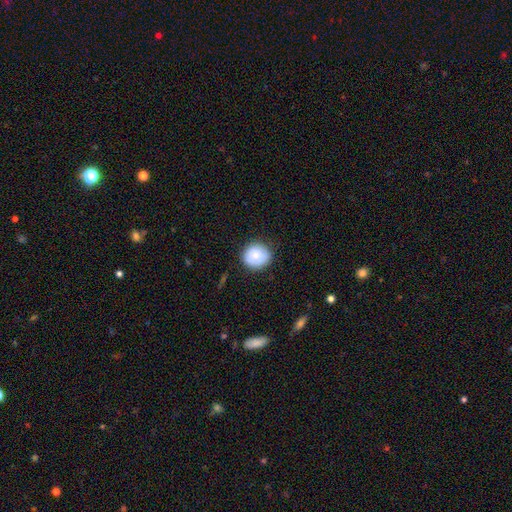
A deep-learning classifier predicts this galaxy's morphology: This is likely a smooth galaxy (78%). How rounded: clearly round (87%). Merging: likely none (80%).